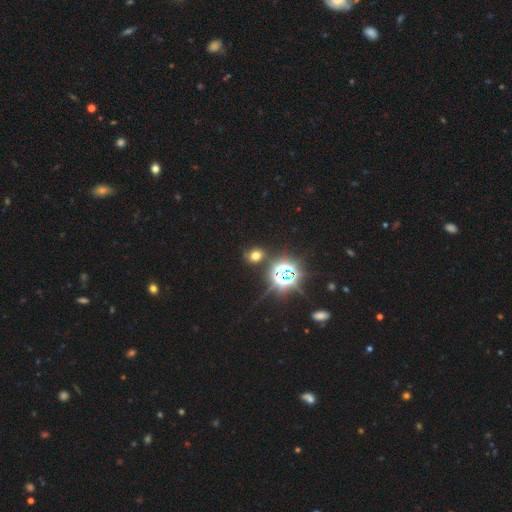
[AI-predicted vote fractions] Smooth or featured: smooth — 53% (star or artifact — 37%)
How rounded: round — 57% (in between — 41%)
Merging: none — 82% (minor disturbance — 10%)